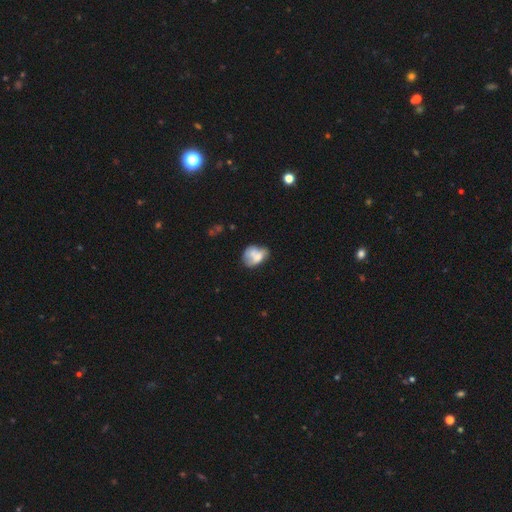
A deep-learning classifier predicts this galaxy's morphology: Smooth or featured? Predicted: smooth (p=0.56). How rounded? Predicted: in between (p=0.63). Merging? Predicted: none (p=0.30).